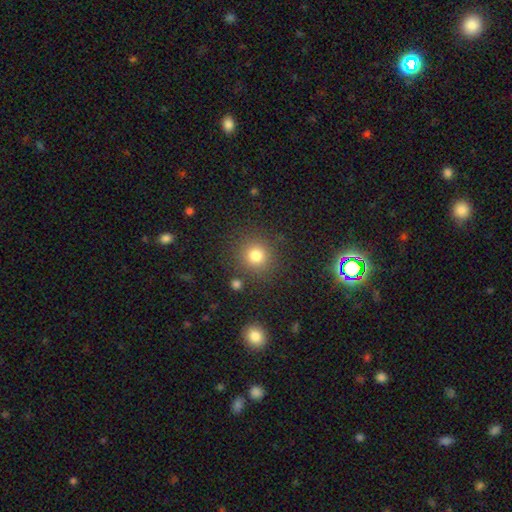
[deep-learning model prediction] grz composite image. It shows a smooth galaxy with no disk features (79%) that is round (91%). Merging: none (86%).